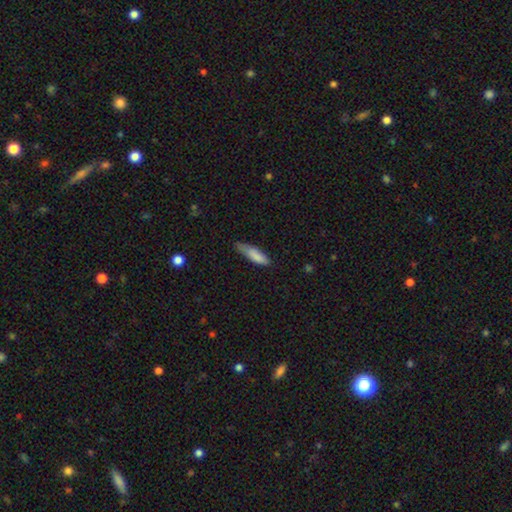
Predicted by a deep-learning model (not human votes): This appears to be a smooth galaxy with no disk features (82%) that is cigar-shaped (59%). Merging: none (48%).